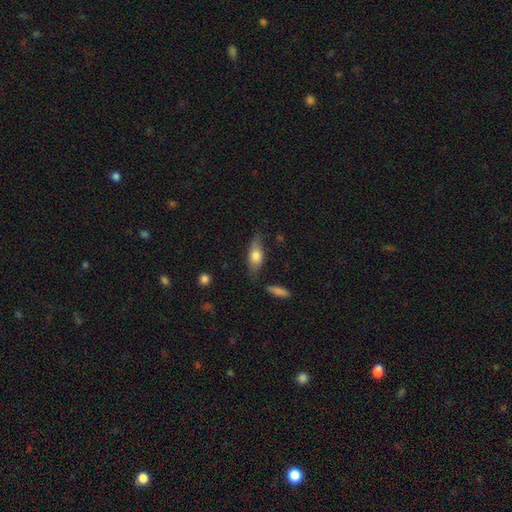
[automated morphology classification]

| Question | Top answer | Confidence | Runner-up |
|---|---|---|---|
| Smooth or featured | smooth | 67% | featured or disk (27%) |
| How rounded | in between | 72% | cigar-shaped (24%) |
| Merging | none | 68% | minor disturbance (23%) |